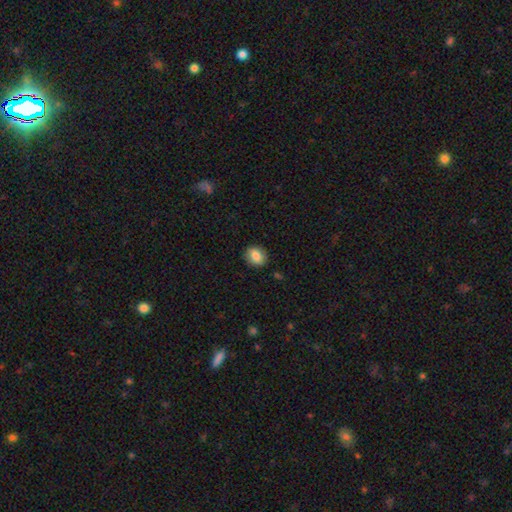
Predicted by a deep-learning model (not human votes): The model was most divided on "how rounded": round: 52%, in between: 47%, cigar-shaped: 1%. More confident: merging — none (88%); smooth or featured — smooth (81%).